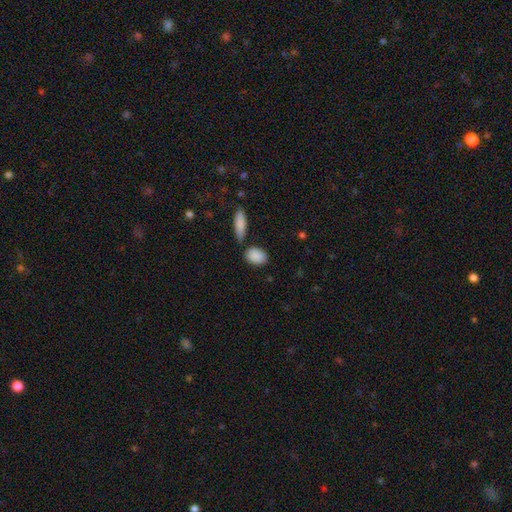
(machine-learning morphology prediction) Smooth or featured: smooth — 89% (star or artifact — 6%)
How rounded: in between — 84% (round — 13%)
Merging: none — 73% (minor disturbance — 13%)